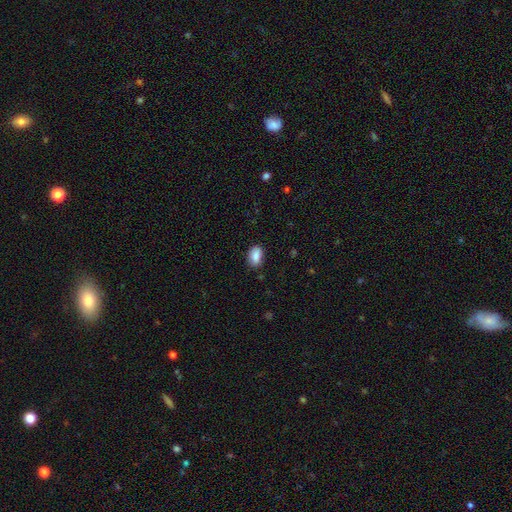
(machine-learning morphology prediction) smooth_or_featured: smooth (p=0.86) [alt: star or artifact p=0.08]
how_rounded: in between (p=0.87) [alt: round p=0.11]
merging: none (p=0.80) [alt: minor disturbance p=0.16]